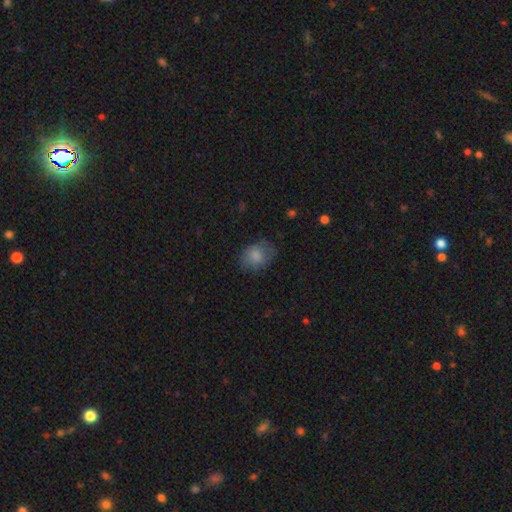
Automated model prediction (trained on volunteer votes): smooth 78%, featured or disk 13%, star or artifact 9%. Down the decision tree: how rounded — in between (56%); merging — none (62%).